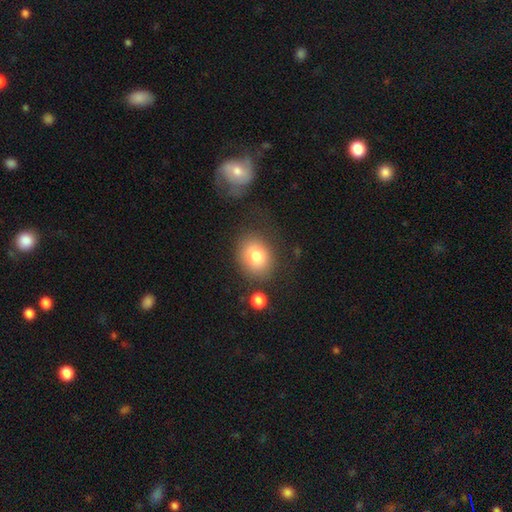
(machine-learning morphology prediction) This is likely a smooth galaxy (79%). How rounded: possibly round (57%). Merging: likely none (75%).